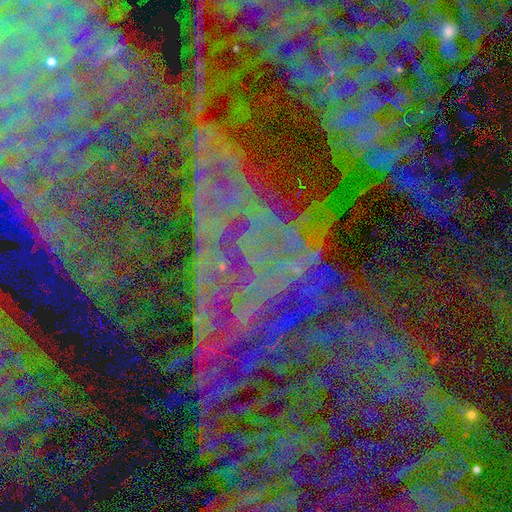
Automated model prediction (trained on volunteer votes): smooth_or_featured: star or artifact (p=0.85) [alt: featured or disk p=0.08]